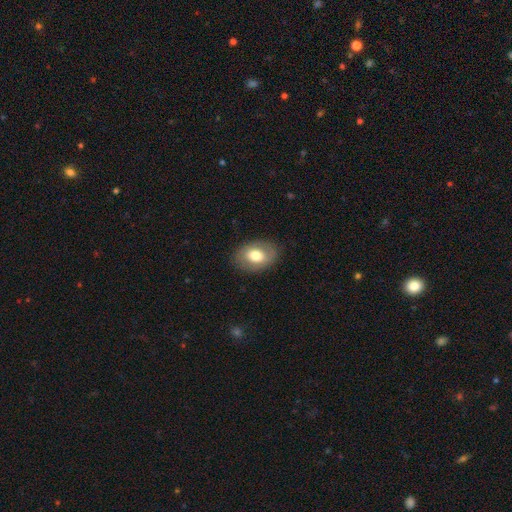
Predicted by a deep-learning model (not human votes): This is likely a smooth galaxy (71%). How rounded: likely in between (78%). Merging: clearly none (84%).